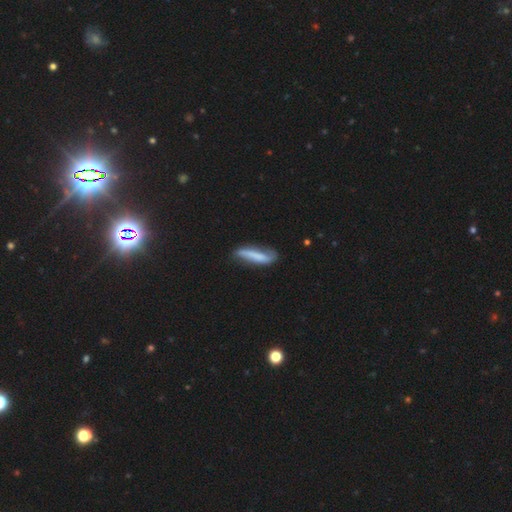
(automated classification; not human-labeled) Smooth or featured? Predicted: smooth (p=0.54). How rounded? Predicted: cigar-shaped (p=0.76). Merging? Predicted: none (p=0.53).